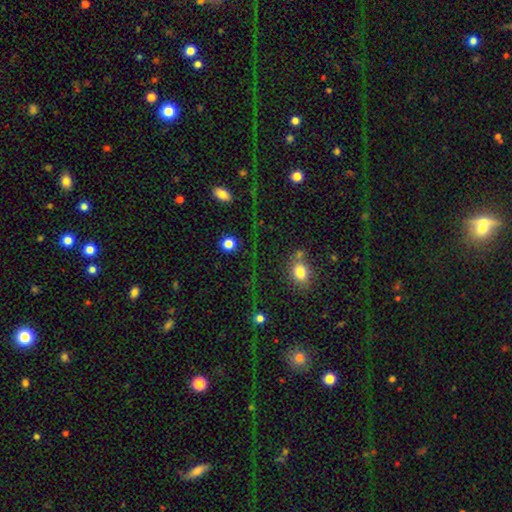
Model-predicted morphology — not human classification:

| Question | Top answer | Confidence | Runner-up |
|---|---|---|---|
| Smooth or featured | smooth | 45% | star or artifact (44%) |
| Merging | none | 67% | minor disturbance (12%) |